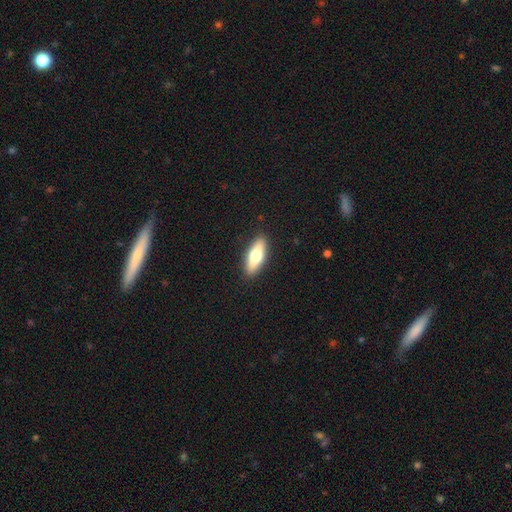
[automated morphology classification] Smooth or featured? Predicted: smooth (p=0.62). How rounded? Predicted: in between (p=0.60). Merging? Predicted: none (p=0.90).